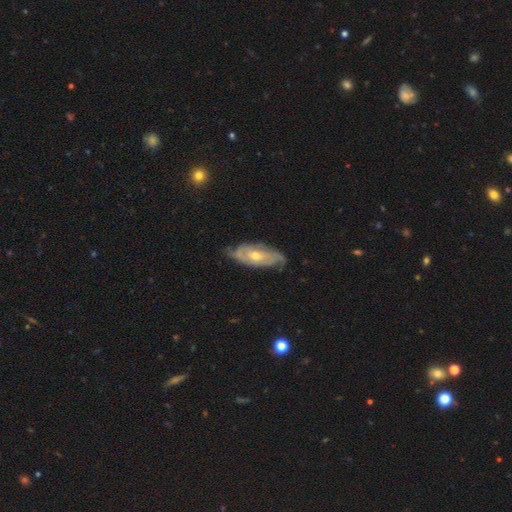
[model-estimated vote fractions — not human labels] smooth_or_featured: featured or disk (p=0.75) [alt: smooth p=0.19]
disk_edge_on: no (p=0.83) [alt: yes p=0.17]
bar: no (p=0.71) [alt: weak p=0.24]
has_spiral_arms: yes (p=0.83) [alt: no p=0.17]
spiral_winding: tight (p=0.60) [alt: medium p=0.30]
spiral_arm_count: can't tell (p=0.45) [alt: 2 p=0.35]
bulge_size: moderate (p=0.55) [alt: small p=0.41]
merging: none (p=0.72) [alt: minor disturbance p=0.22]